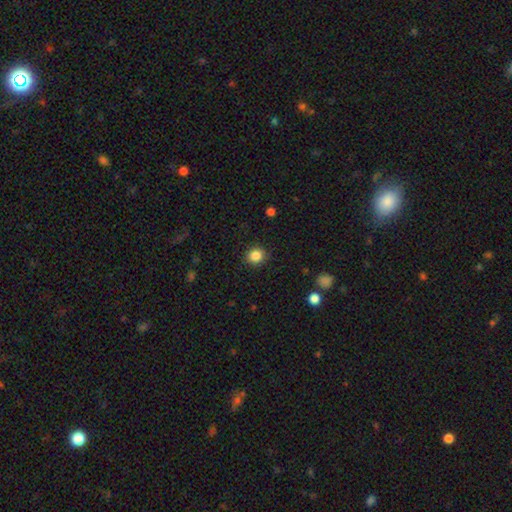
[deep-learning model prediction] This appears to be a smooth galaxy with no disk features (85%) that is round (83%). Merging: none (89%).